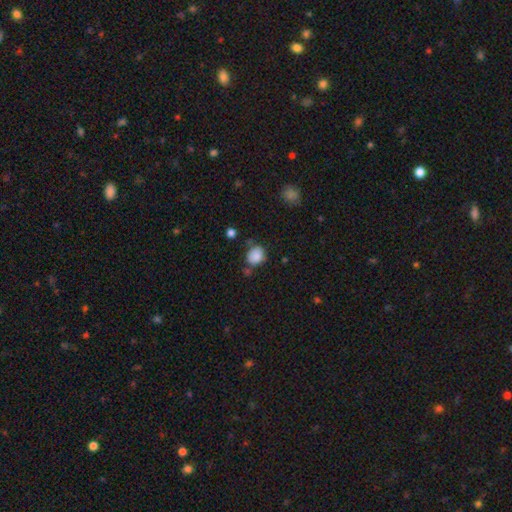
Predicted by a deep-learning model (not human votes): A smooth galaxy with no disk features (85%) that is round (59%). Merging: none (62%).